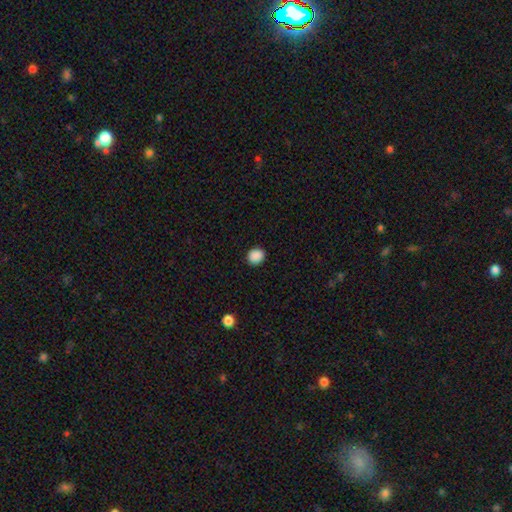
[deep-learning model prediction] Smooth or featured? smooth (89%)
How rounded? round (73%)
Merging? none (90%)